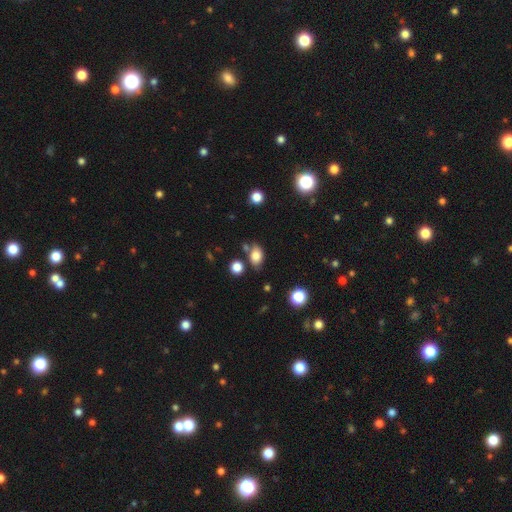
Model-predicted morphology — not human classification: smooth_or_featured: smooth (p=0.80) [alt: star or artifact p=0.11]
how_rounded: in between (p=0.78) [alt: round p=0.21]
merging: none (p=0.64) [alt: minor disturbance p=0.19]